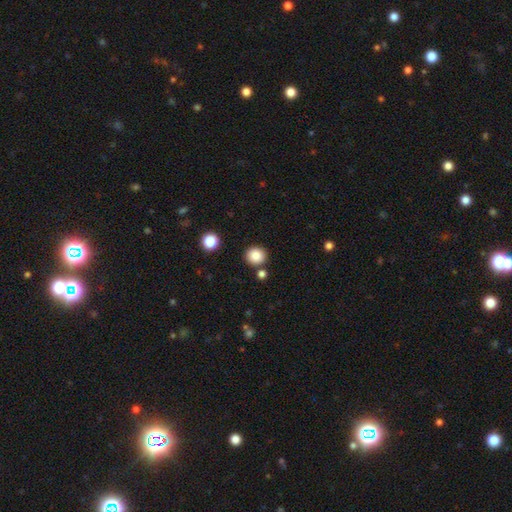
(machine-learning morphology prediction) Smooth or featured: smooth — 86% (star or artifact — 10%)
How rounded: round — 86% (in between — 13%)
Merging: none — 84% (minor disturbance — 8%)